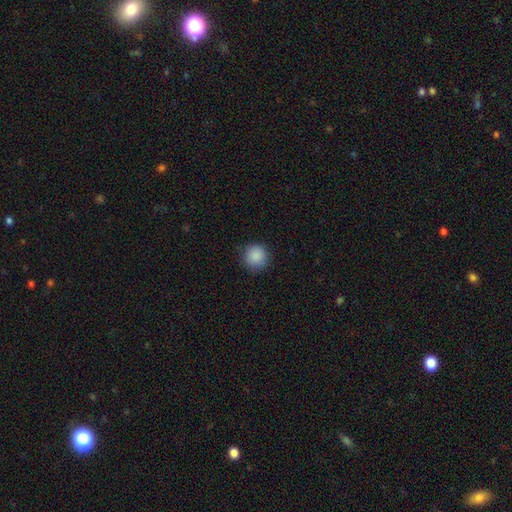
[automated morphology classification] Overall: smooth (88%). How rounded: round (94%). Merging: none (89%).